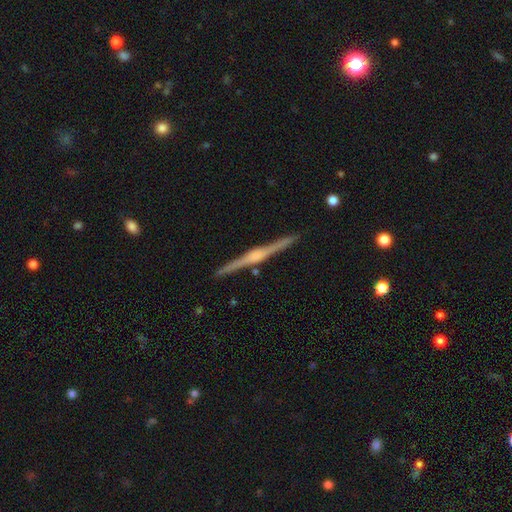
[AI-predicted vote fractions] This is clearly a featured or disk galaxy (86%). It is clearly viewed edge-on (99%). Edge-on bulge: likely rounded (71%). Merging: clearly none (93%).